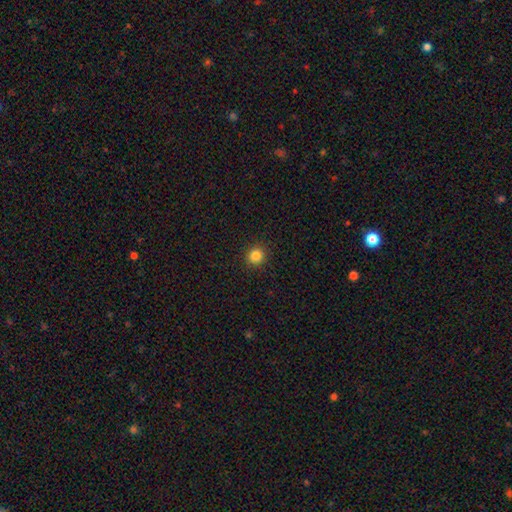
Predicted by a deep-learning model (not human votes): Smooth or featured?
  - smooth: 84% *
  - star or artifact: 12%
  - featured or disk: 4%
How rounded?
  - round: 92% *
  - in between: 7%
  - cigar-shaped: 1%
Merging?
  - none: 92% *
  - minor disturbance: 5%
  - major disturbance: 2%
  - merger: 1%